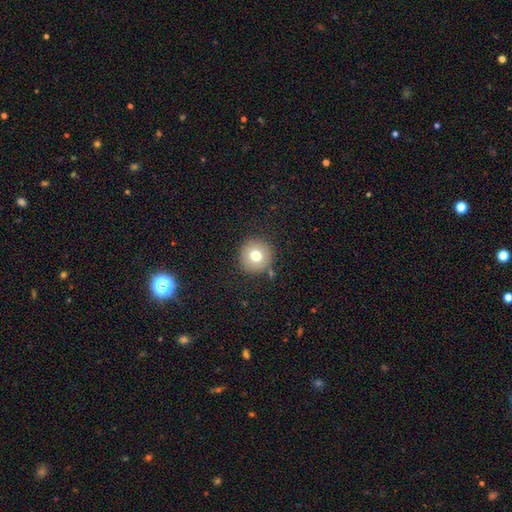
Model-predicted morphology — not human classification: Smooth or featured? smooth (74%)
How rounded? round (94%)
Merging? none (87%)